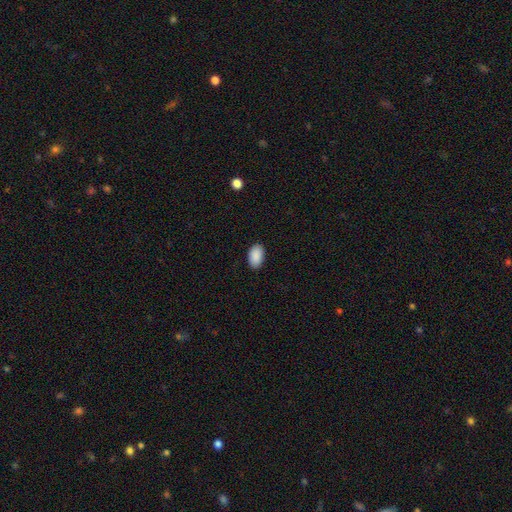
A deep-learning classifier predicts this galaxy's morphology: Smooth or featured? Predicted: smooth (p=0.91). How rounded? Predicted: in between (p=0.94). Merging? Predicted: none (p=0.89).